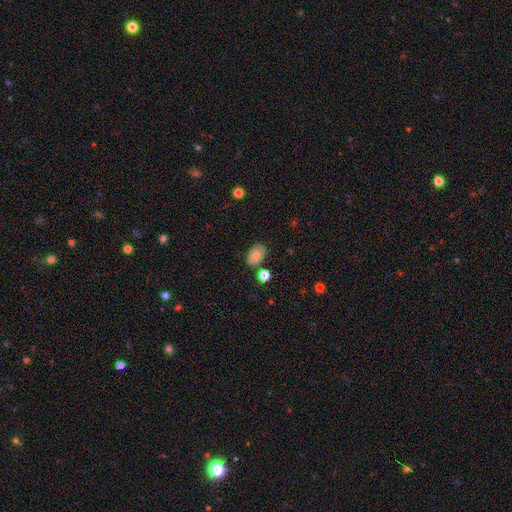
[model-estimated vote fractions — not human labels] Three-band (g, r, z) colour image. It shows a smooth galaxy with no disk features (78%) that is in between round and cigar-shaped (87%). Merging: none (74%).